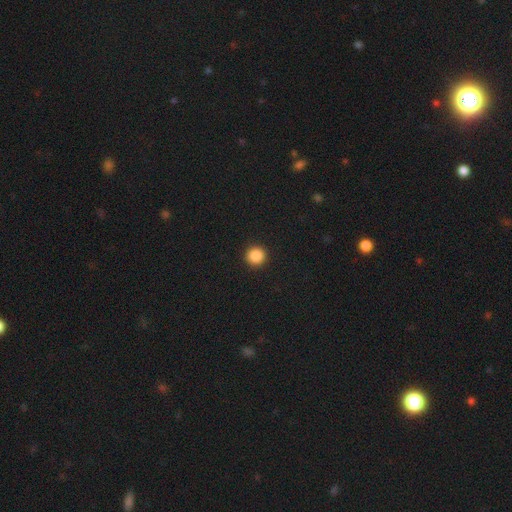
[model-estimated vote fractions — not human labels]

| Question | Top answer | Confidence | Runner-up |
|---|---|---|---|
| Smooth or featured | smooth | 88% | star or artifact (10%) |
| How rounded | round | 94% | in between (5%) |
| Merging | none | 93% | minor disturbance (4%) |